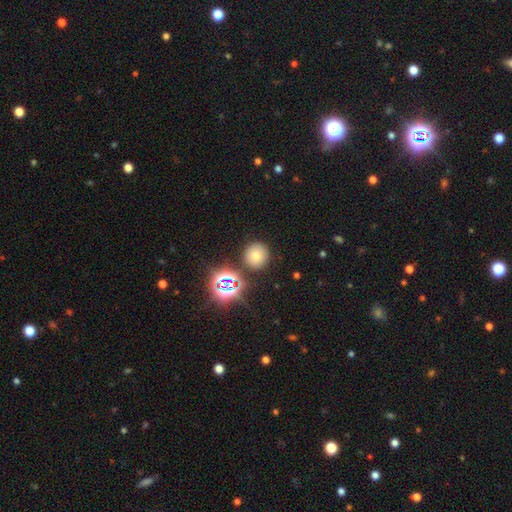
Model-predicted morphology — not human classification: Smooth or featured: smooth — 68% (star or artifact — 22%)
How rounded: round — 91% (in between — 8%)
Merging: none — 87% (minor disturbance — 7%)